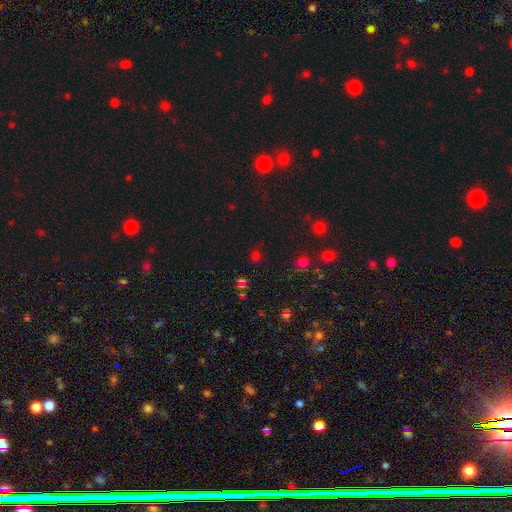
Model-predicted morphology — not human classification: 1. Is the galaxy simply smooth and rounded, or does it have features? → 52% star or artifact, 41% smooth, 7% featured or disk.